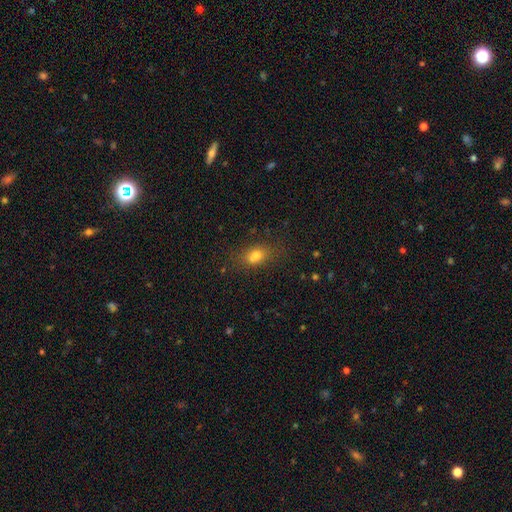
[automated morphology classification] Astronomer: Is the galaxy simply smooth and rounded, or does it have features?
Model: smooth — 71%.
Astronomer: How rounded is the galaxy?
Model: in between — 62%.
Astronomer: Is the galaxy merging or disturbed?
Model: none — 60%.